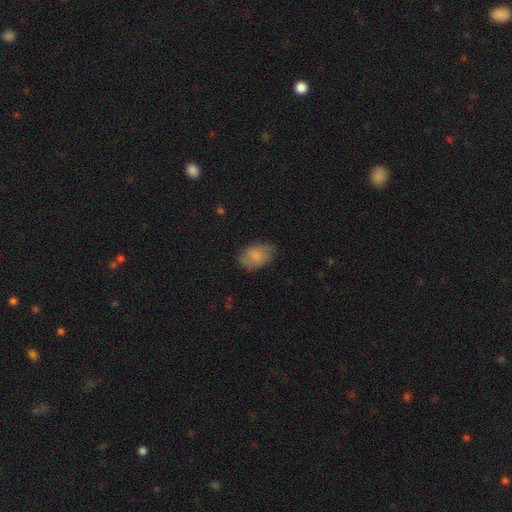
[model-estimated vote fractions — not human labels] Smooth or featured? smooth (77%)
How rounded? in between (87%)
Merging? none (67%)